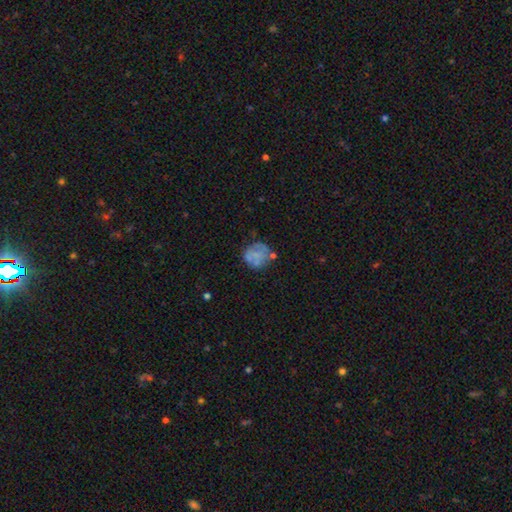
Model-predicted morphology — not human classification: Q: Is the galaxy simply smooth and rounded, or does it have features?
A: smooth — 49%.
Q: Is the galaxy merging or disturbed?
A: none — 55%.